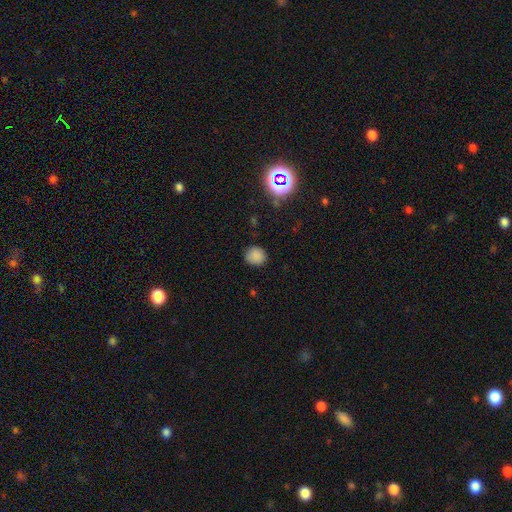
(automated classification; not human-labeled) smooth-or-featured: smooth: 83% | star or artifact: 13% | featured or disk: 4%
  how-rounded: round: 83% | in between: 16% | cigar-shaped: 1%
  merging: none: 85% | minor disturbance: 11% | major disturbance: 3% | merger: 1%